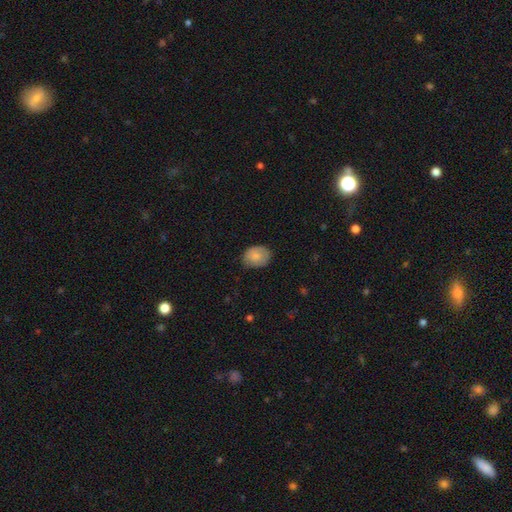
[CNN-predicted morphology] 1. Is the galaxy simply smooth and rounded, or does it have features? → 75% smooth, 17% featured or disk, 7% star or artifact.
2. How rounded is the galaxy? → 57% in between, 42% round, 1% cigar-shaped.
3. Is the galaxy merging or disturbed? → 71% none, 23% minor disturbance, 5% major disturbance, 1% merger.